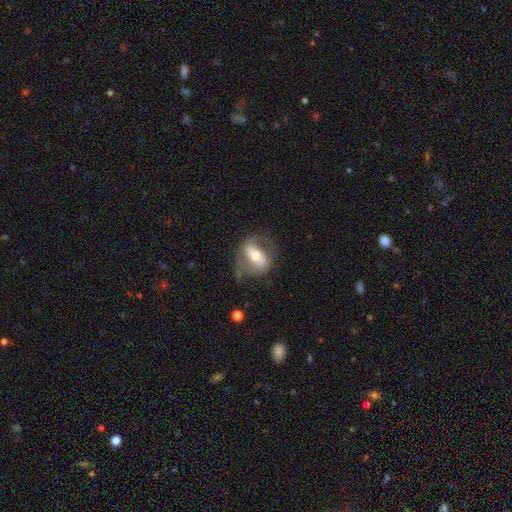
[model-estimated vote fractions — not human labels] Smooth or featured: featured or disk — 65% (smooth — 29%)
Edge-on disk: no — 90% (yes — 10%)
Bar: strong — 49% (weak — 27%)
Spiral arms: yes — 63% (no — 37%)
Bulge size: moderate — 65% (small — 25%)
Merging: none — 59% (minor disturbance — 22%)